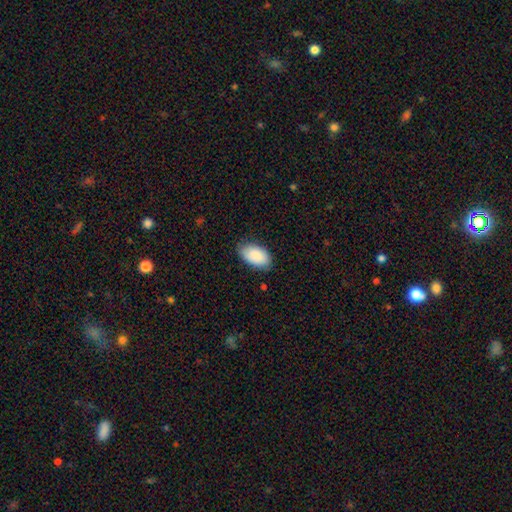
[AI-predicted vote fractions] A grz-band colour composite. It shows a smooth galaxy with no disk features (90%) that is in between round and cigar-shaped (95%). Merging: none (78%).